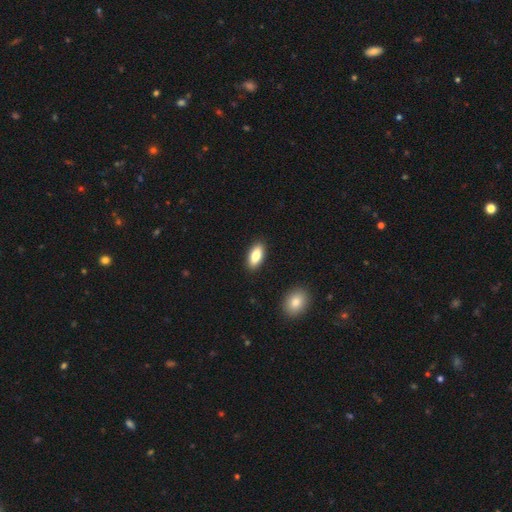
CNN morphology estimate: A smooth galaxy with no disk features (82%) that is in between round and cigar-shaped (88%). Merging: none (89%).